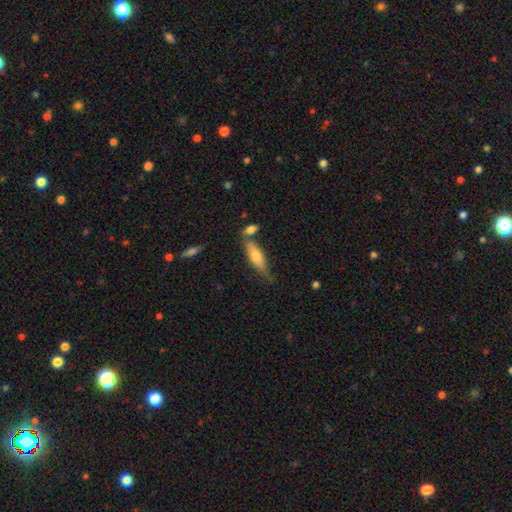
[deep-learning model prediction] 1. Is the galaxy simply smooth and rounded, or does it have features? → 59% smooth, 34% featured or disk, 7% star or artifact.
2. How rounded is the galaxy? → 60% cigar-shaped, 38% in between, 2% round.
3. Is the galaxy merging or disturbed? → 61% none, 22% minor disturbance, 12% merger, 5% major disturbance.